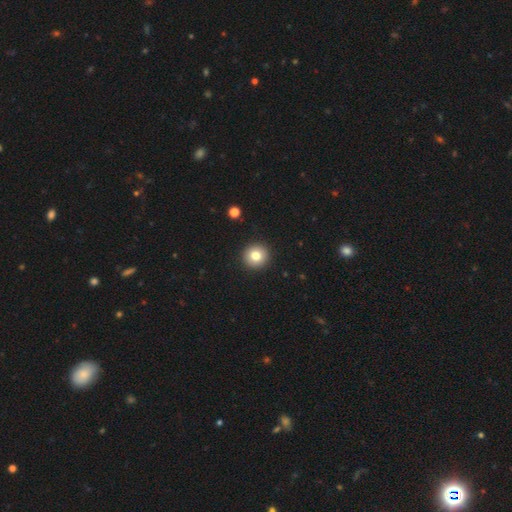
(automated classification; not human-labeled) This appears to be a smooth galaxy with no disk features (80%) that is round (94%). Merging: none (93%).